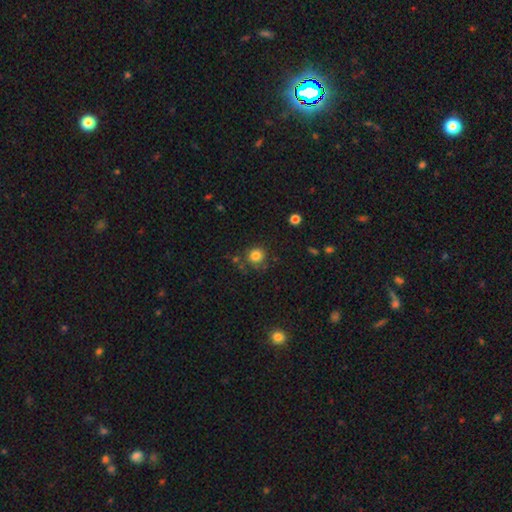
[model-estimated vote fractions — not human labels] Morphology: type=smooth (81%); roundness=round (90%); merging=none (73%).